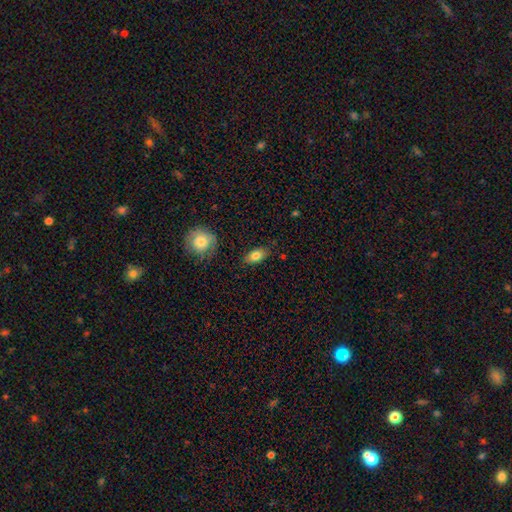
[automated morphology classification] The model was most divided on "smooth or featured": smooth: 79%, featured or disk: 13%, star or artifact: 7%. More confident: how rounded — in between (87%); merging — none (85%).